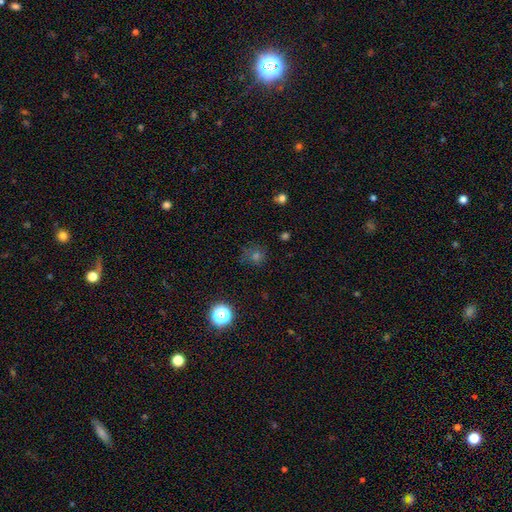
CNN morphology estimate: Smooth or featured: smooth — 54% (star or artifact — 36%)
How rounded: round — 88% (in between — 11%)
Merging: none — 76% (minor disturbance — 15%)